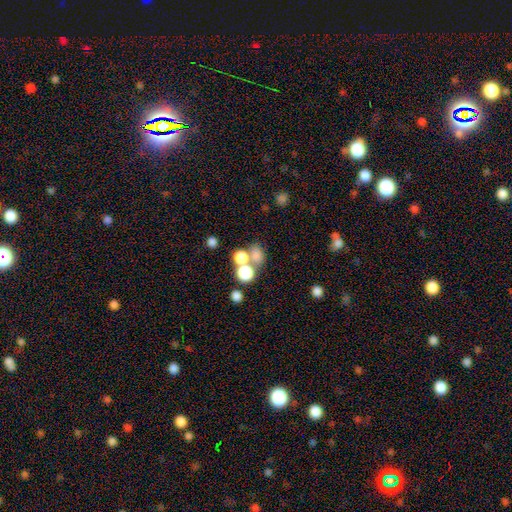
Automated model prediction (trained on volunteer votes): smooth 71%, star or artifact 19%, featured or disk 10%. Down the decision tree: how rounded — round (60%); merging — none (47%).